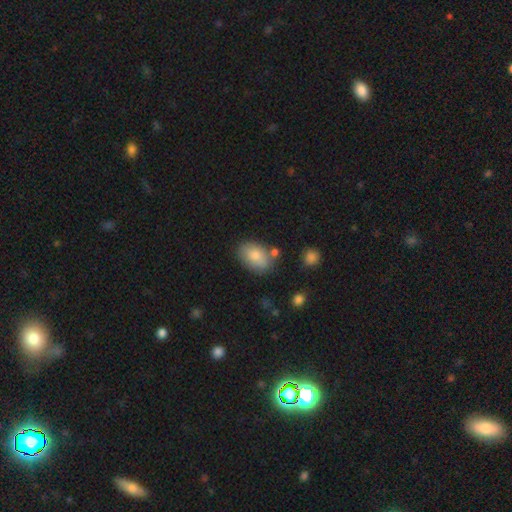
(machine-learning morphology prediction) The model was most divided on "merging": none: 71%, minor disturbance: 16%, merger: 8%, major disturbance: 4%. More confident: how rounded — in between (86%); smooth or featured — smooth (81%).